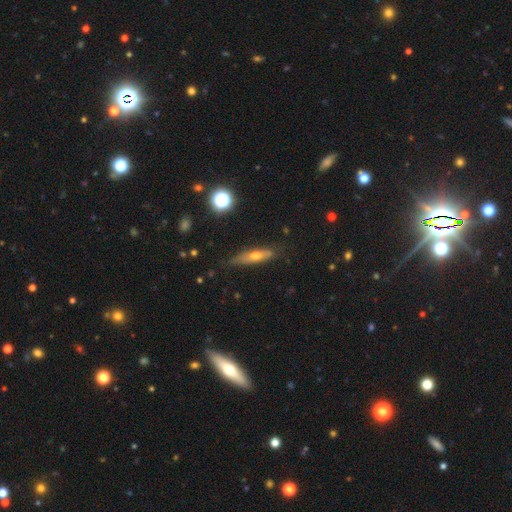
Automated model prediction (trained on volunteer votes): The model was most divided on "smooth or featured": featured or disk: 49%, smooth: 42%, star or artifact: 10%. More confident: merging — none (79%).